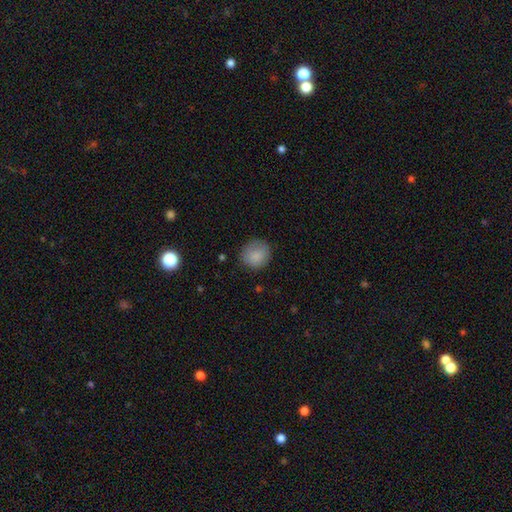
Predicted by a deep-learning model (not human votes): The model was most divided on "merging": none: 80%, minor disturbance: 15%, major disturbance: 4%, merger: 1%. More confident: smooth or featured — smooth (85%); how rounded — round (85%).